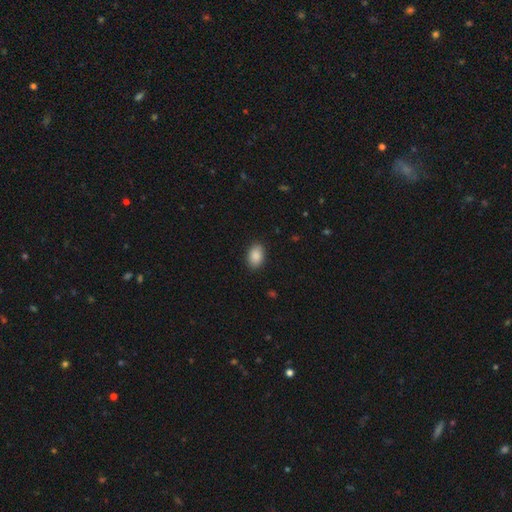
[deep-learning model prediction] The model was most divided on "how rounded": in between: 87%, round: 11%, cigar-shaped: 1%. More confident: smooth or featured — smooth (89%); merging — none (88%).